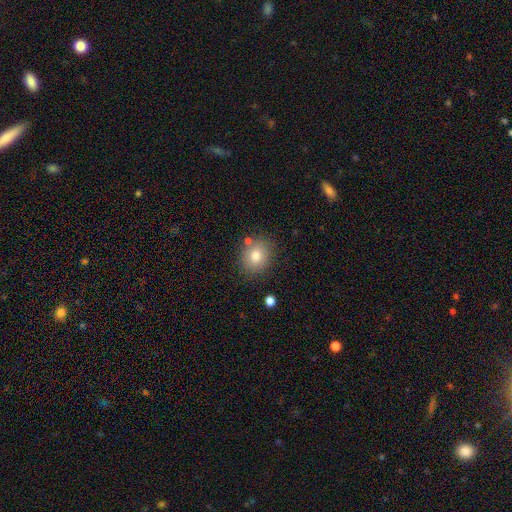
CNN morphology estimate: smooth_or_featured: smooth (p=0.79) [alt: star or artifact p=0.11]
how_rounded: round (p=0.71) [alt: in between p=0.28]
merging: none (p=0.80) [alt: minor disturbance p=0.11]